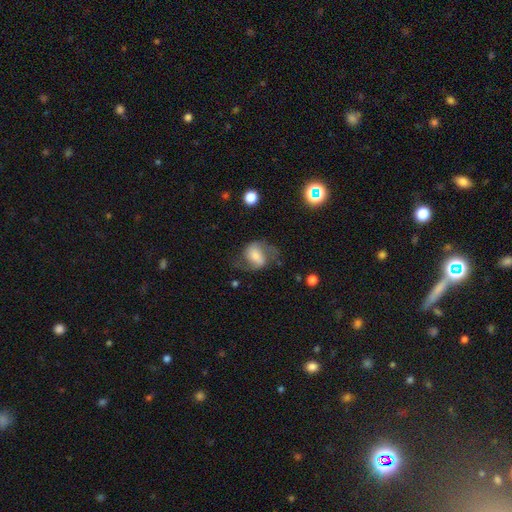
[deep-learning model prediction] Smooth or featured? featured or disk (58%)
Edge-on disk? no (96%)
Bar? weak (41%)
Spiral arms? yes (88%)
Bulge size? moderate (34%)
Merging? none (56%)